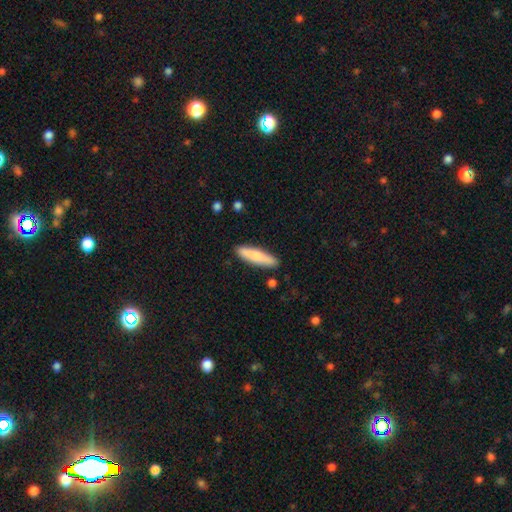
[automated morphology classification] Smooth or featured?
  - smooth: 75% *
  - featured or disk: 20%
  - star or artifact: 5%
How rounded?
  - cigar-shaped: 77% *
  - in between: 22%
  - round: 2%
Merging?
  - none: 88% *
  - minor disturbance: 9%
  - merger: 2%
  - major disturbance: 2%